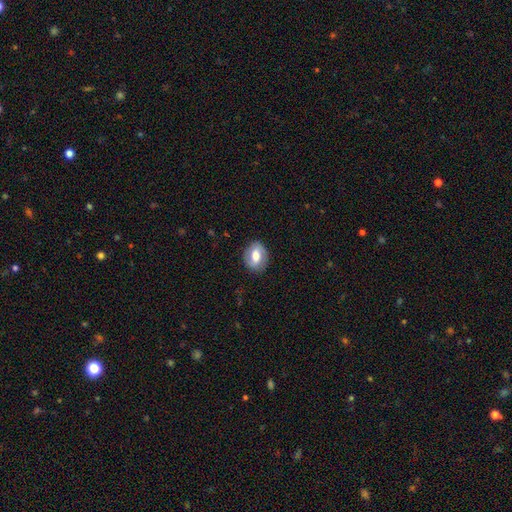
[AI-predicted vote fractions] This appears to be a smooth galaxy with no disk features (53%) that is in between round and cigar-shaped (58%). Merging: none (84%).